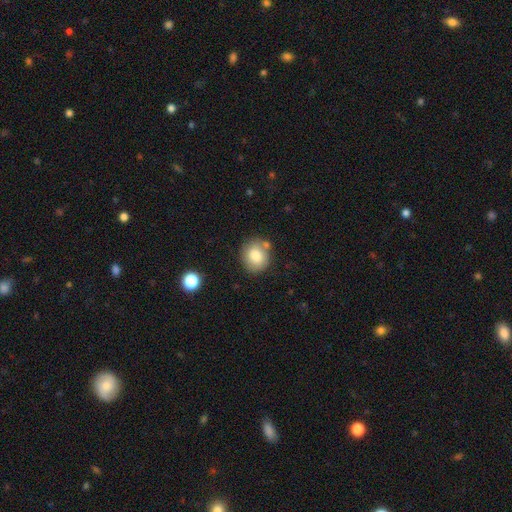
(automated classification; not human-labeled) A smooth galaxy with no disk features (83%) that is round (73%). Merging: none (74%).